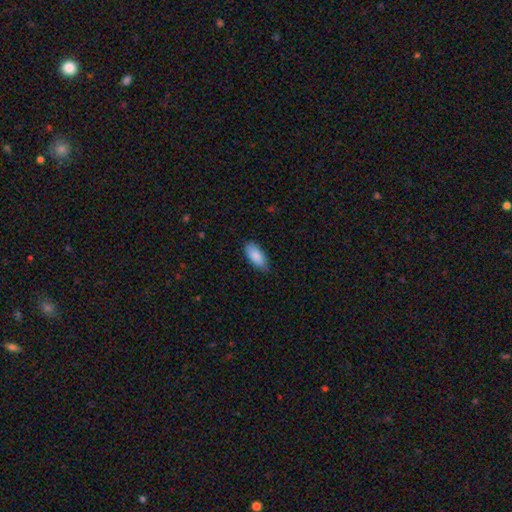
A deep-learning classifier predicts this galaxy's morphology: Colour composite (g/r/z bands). It shows a smooth galaxy with no disk features (88%) that is in between round and cigar-shaped (89%). Merging: none (78%).